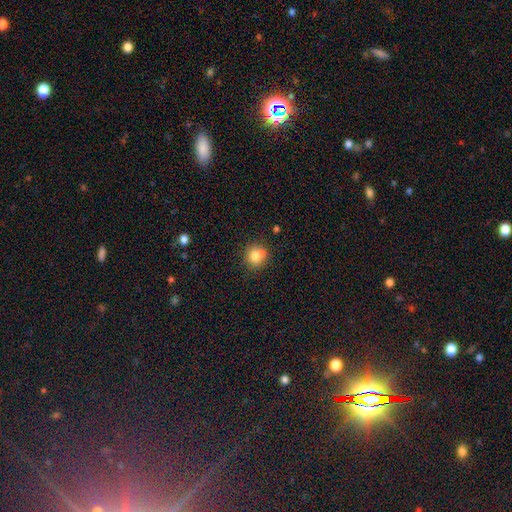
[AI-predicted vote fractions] Overall: smooth (78%). How rounded: round (87%). Merging: none (58%; merger 28%).